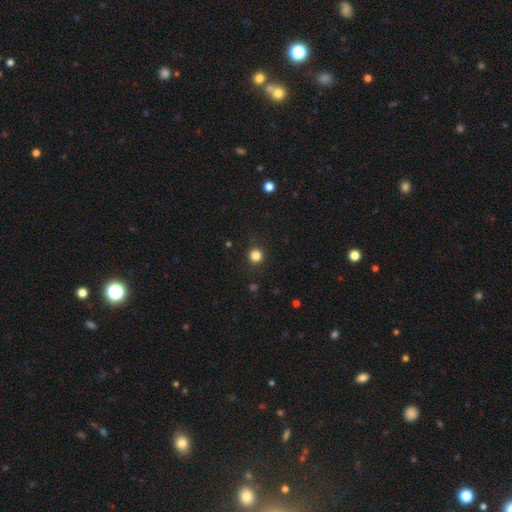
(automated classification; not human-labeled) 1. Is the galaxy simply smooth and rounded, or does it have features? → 83% smooth, 13% star or artifact, 4% featured or disk.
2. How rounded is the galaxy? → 94% round, 5% in between, 1% cigar-shaped.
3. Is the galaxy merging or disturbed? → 90% none, 6% minor disturbance, 2% major disturbance, 1% merger.